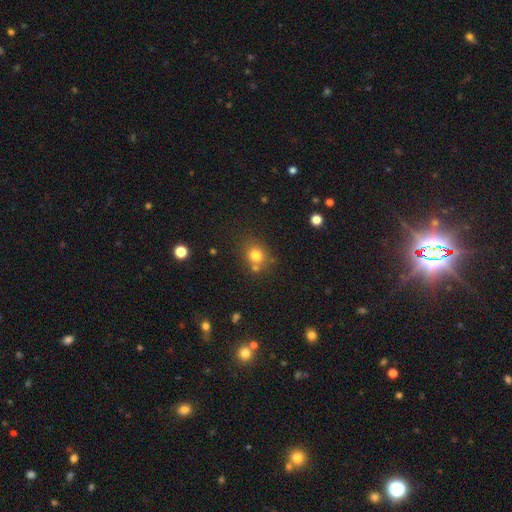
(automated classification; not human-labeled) Q: Smooth or featured?
A: smooth (77%); runner-up: star or artifact (14%)
Q: How rounded?
A: round (75%); runner-up: in between (24%)
Q: Merging?
A: none (66%); runner-up: merger (18%)